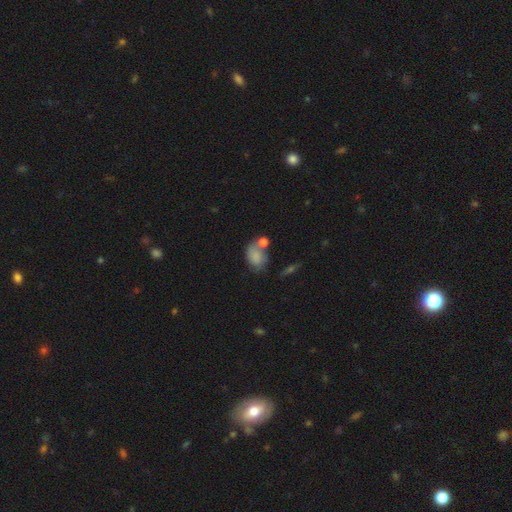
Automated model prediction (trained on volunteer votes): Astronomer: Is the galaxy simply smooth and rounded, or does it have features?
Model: smooth — 79%.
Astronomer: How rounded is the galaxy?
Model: in between — 72%.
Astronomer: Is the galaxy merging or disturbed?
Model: none — 40% (runner-up: merger, 28%).